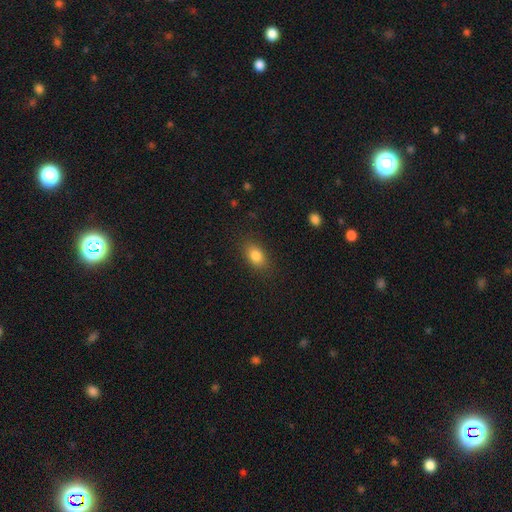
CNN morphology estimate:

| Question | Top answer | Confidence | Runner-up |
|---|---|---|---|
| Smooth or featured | smooth | 84% | star or artifact (9%) |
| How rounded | in between | 83% | round (14%) |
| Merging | none | 85% | minor disturbance (10%) |